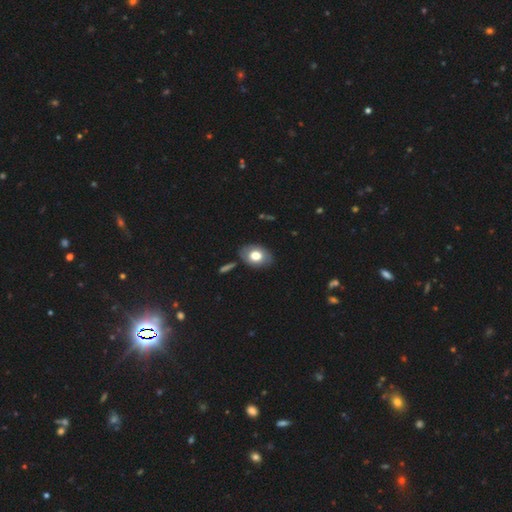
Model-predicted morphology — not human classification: smooth_or_featured: smooth (p=0.72) [alt: featured or disk p=0.20]
how_rounded: in between (p=0.78) [alt: round p=0.21]
merging: none (p=0.82) [alt: minor disturbance p=0.12]